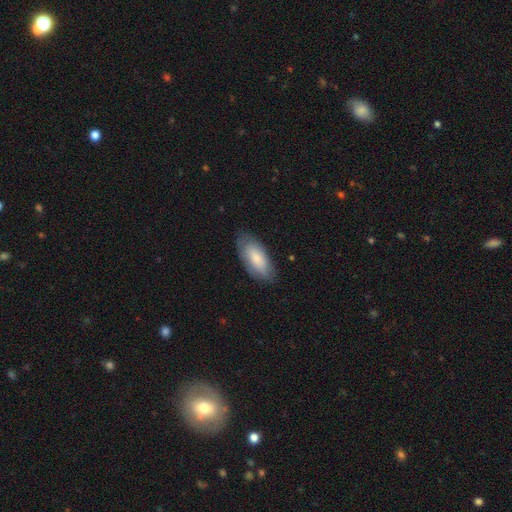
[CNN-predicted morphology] Smooth or featured: smooth — 76% (featured or disk — 18%)
How rounded: in between — 87% (cigar-shaped — 12%)
Merging: none — 78% (minor disturbance — 17%)